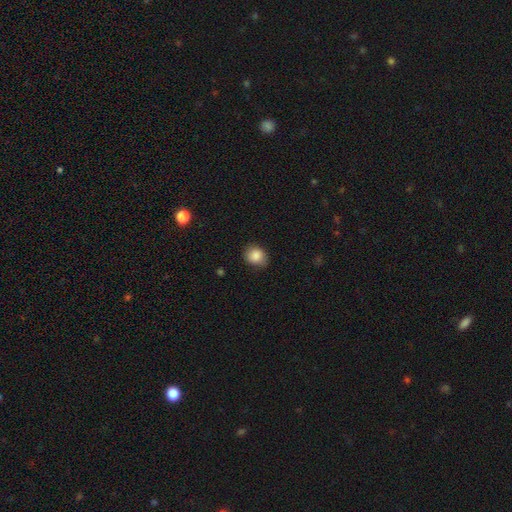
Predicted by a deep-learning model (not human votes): Smooth or featured? Predicted: smooth (p=0.86). How rounded? Predicted: round (p=0.63). Merging? Predicted: none (p=0.76).